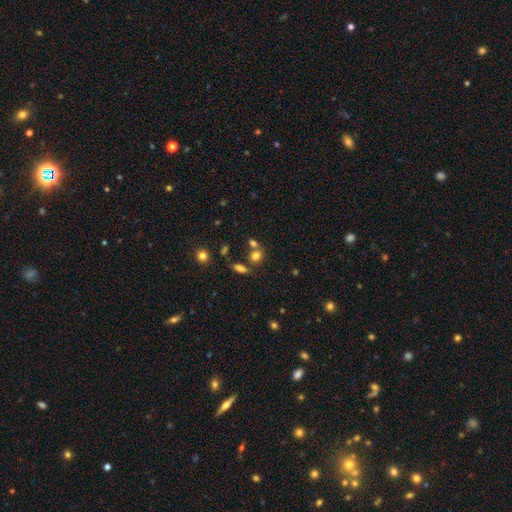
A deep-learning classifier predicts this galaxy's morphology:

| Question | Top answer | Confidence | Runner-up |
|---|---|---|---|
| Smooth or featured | smooth | 76% | star or artifact (15%) |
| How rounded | round | 53% | in between (45%) |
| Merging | none | 55% | merger (30%) |